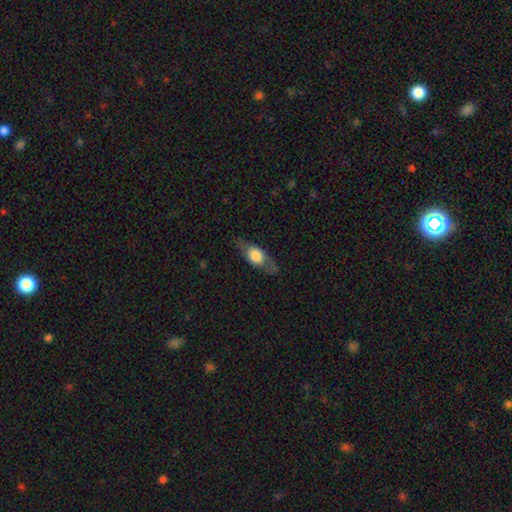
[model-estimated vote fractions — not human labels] smooth-or-featured: smooth: 49% | featured or disk: 44% | star or artifact: 6%
  merging: none: 76% | minor disturbance: 16% | major disturbance: 6% | merger: 1%